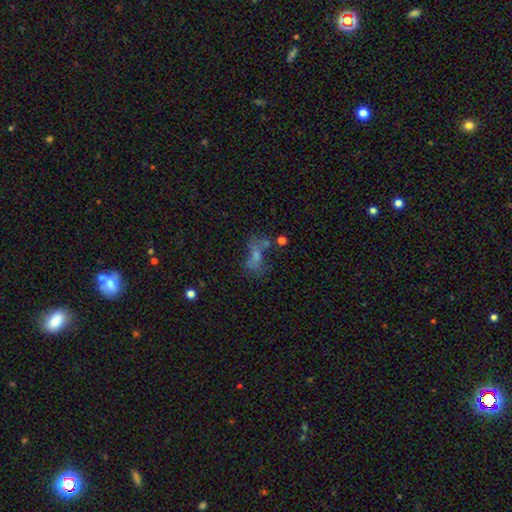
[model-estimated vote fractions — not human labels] Smooth or featured: smooth — 38% (featured or disk — 33%)
Merging: none — 39% (merger — 23%)